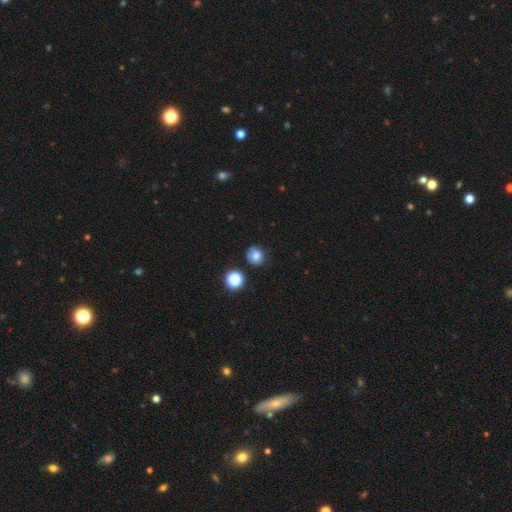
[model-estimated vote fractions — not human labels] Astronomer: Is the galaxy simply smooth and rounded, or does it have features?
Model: smooth — 77%.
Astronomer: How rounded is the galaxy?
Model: round — 73%.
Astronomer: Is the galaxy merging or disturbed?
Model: none — 73%.